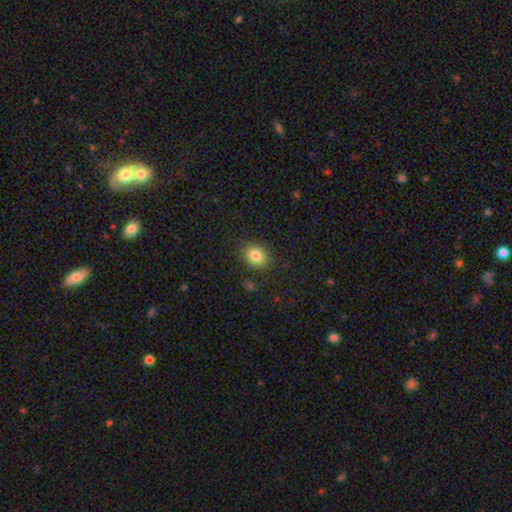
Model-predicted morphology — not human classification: Q: Smooth or featured?
A: smooth (83%); runner-up: star or artifact (10%)
Q: How rounded?
A: round (63%); runner-up: in between (36%)
Q: Merging?
A: none (85%); runner-up: minor disturbance (10%)